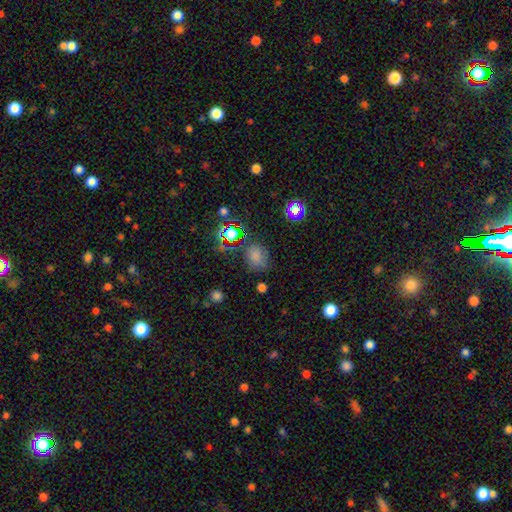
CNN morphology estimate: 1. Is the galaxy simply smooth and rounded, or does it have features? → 67% smooth, 26% star or artifact, 7% featured or disk.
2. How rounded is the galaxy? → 55% round, 44% in between, 1% cigar-shaped.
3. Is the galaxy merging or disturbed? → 67% none, 20% minor disturbance, 8% major disturbance, 5% merger.